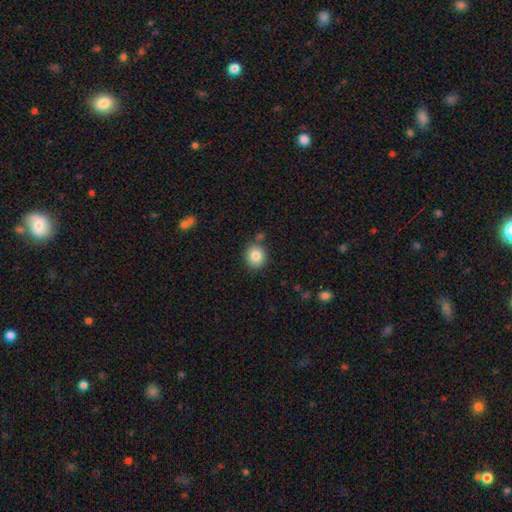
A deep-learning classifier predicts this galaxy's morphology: Q: Smooth or featured?
A: smooth (84%); runner-up: star or artifact (9%)
Q: How rounded?
A: round (76%); runner-up: in between (23%)
Q: Merging?
A: none (80%); runner-up: minor disturbance (11%)